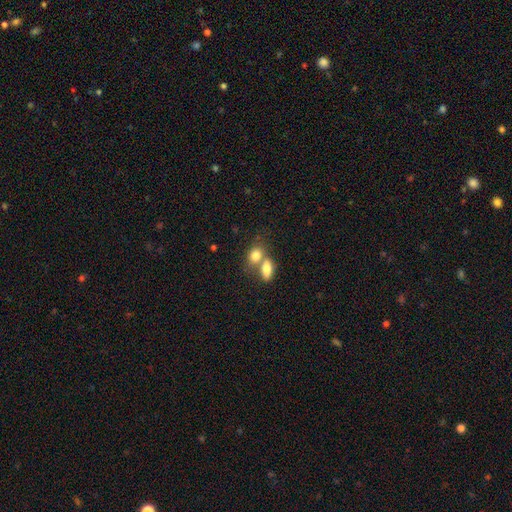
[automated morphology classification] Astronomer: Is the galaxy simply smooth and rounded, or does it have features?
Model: smooth — 79%.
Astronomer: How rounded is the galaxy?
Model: in between — 70%.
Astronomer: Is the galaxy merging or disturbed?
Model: merger — 58%.